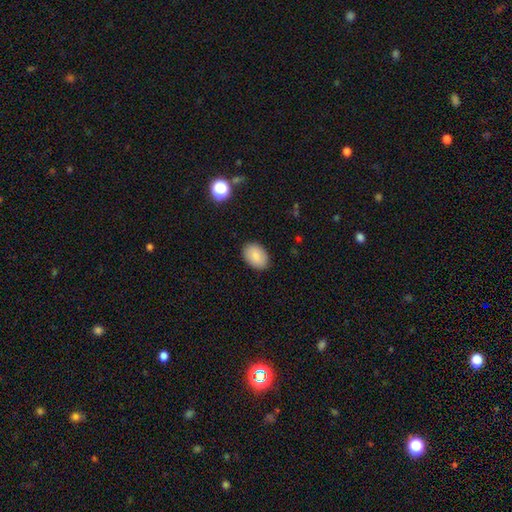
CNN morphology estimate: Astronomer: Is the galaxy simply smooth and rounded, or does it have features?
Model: smooth — 86%.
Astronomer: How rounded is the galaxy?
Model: in between — 83%.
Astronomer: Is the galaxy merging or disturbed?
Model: none — 88%.